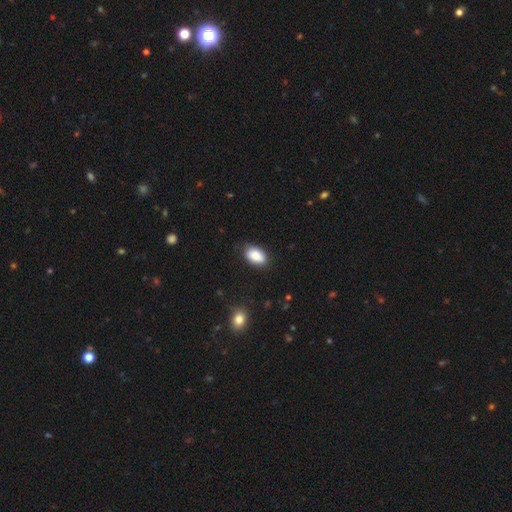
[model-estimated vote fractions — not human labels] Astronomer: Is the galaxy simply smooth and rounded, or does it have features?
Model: smooth — 89%.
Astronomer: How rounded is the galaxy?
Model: in between — 93%.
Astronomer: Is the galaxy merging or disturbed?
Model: none — 82%.